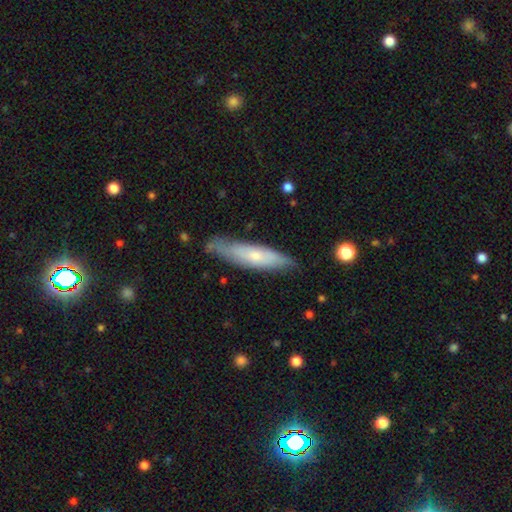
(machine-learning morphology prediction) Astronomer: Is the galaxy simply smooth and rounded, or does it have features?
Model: smooth — 53% (runner-up: featured or disk, 41%).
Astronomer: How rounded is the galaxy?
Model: cigar-shaped — 75%.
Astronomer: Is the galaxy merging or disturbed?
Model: none — 74%.